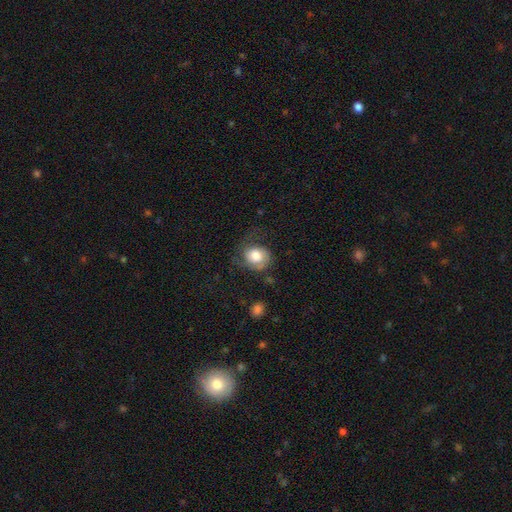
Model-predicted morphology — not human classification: Smooth or featured: smooth — 67% (featured or disk — 25%)
How rounded: round — 68% (in between — 32%)
Merging: none — 43% (major disturbance — 28%)